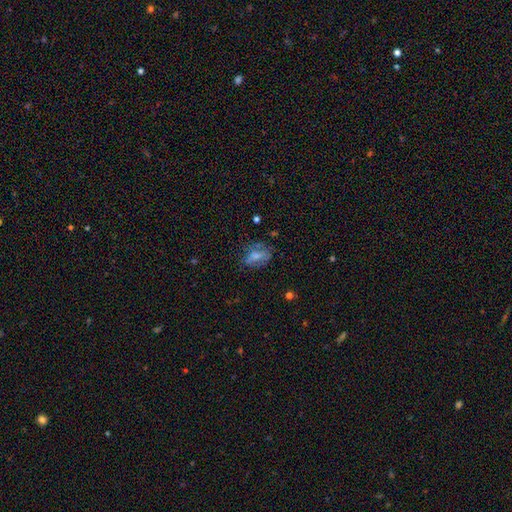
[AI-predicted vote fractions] Overall: smooth (55%; featured or disk 32%). How rounded: in between (79%). Merging: none (50%; minor disturbance 25%).